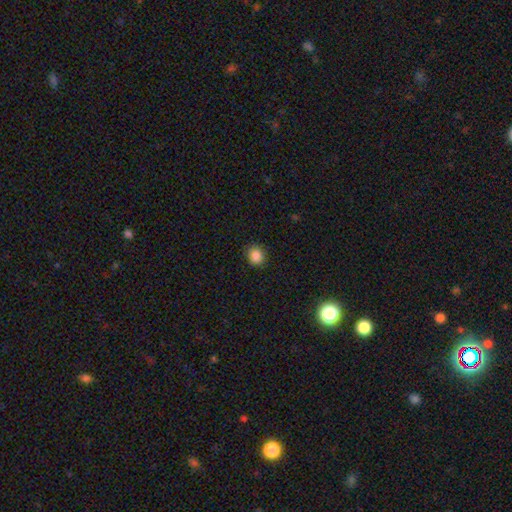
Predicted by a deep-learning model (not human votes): Morphology: type=smooth (87%); roundness=round (76%); merging=none (85%).